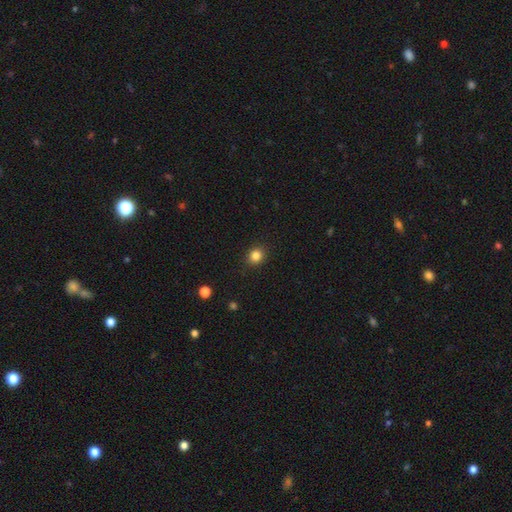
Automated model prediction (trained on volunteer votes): smooth_or_featured: smooth (p=0.84) [alt: star or artifact p=0.11]
how_rounded: round (p=0.75) [alt: in between p=0.24]
merging: none (p=0.90) [alt: minor disturbance p=0.07]